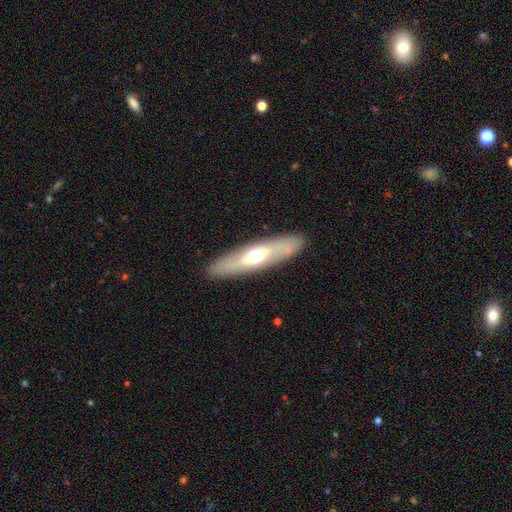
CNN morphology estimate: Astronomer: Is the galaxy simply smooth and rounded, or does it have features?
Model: featured or disk — 49% (runner-up: smooth, 46%).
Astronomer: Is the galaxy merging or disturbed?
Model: none — 88%.